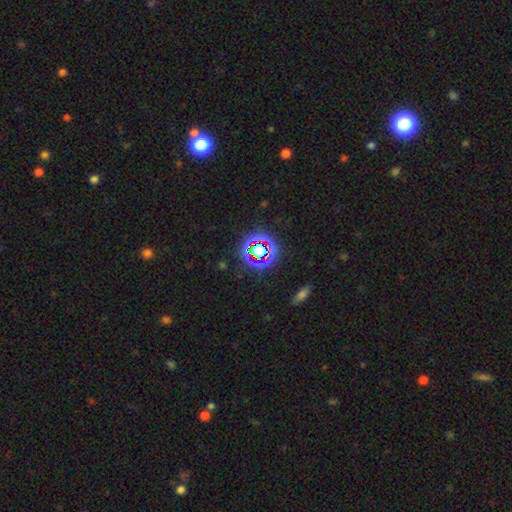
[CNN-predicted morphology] A star or artifact, not a galaxy (73%).

Vote fractions:
- Smooth or featured? star or artifact: 73% / smooth: 17% / featured or disk: 9%